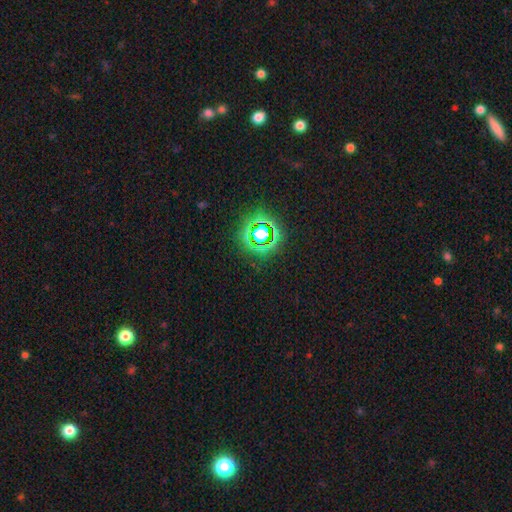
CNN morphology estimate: type=star or artifact (72%).